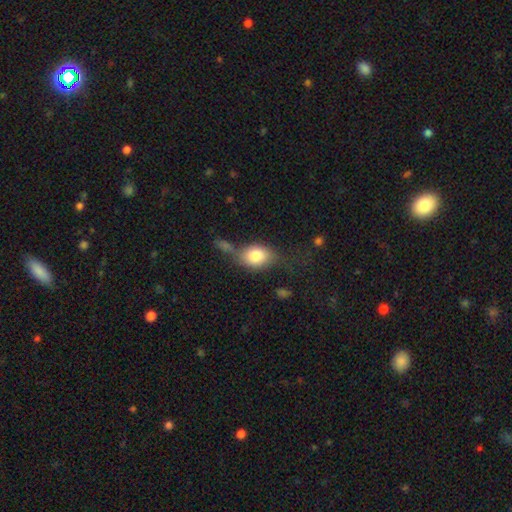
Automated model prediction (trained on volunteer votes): Q: Smooth or featured?
A: smooth (77%); runner-up: featured or disk (15%)
Q: How rounded?
A: in between (72%); runner-up: round (26%)
Q: Merging?
A: none (45%); runner-up: minor disturbance (23%)